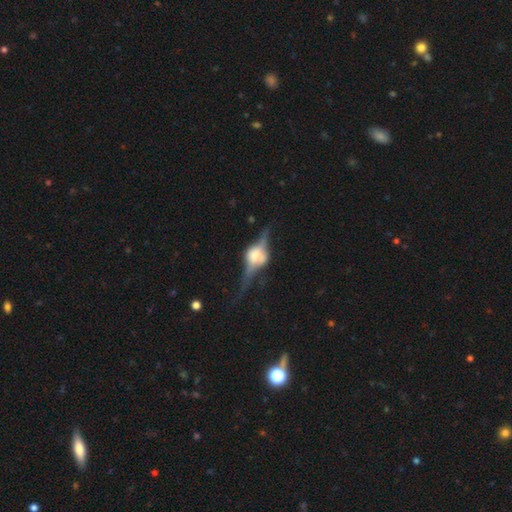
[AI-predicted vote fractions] Overall: featured or disk (80%). Edge-on disk: yes (94%). Edge-on bulge: rounded (88%). Merging: none (64%).